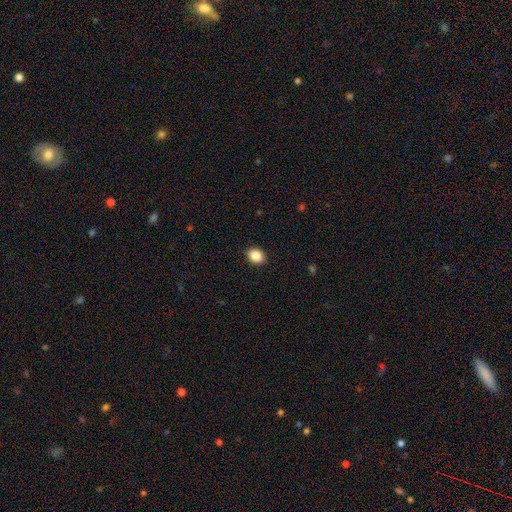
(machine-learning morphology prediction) Overall: smooth (87%). How rounded: in between (54%; round 46%). Merging: none (91%).